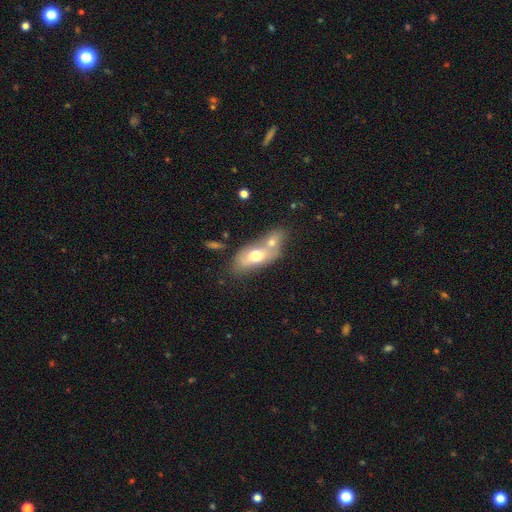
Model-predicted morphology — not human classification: A smooth galaxy with no disk features (64%) that is in between round and cigar-shaped (84%).

Vote fractions:
- Smooth or featured? smooth: 64% / featured or disk: 29% / star or artifact: 7%
- How rounded? in between: 84% / round: 9% / cigar-shaped: 8%
- Merging? merger: 60% / none: 26% / minor disturbance: 9% / major disturbance: 5%